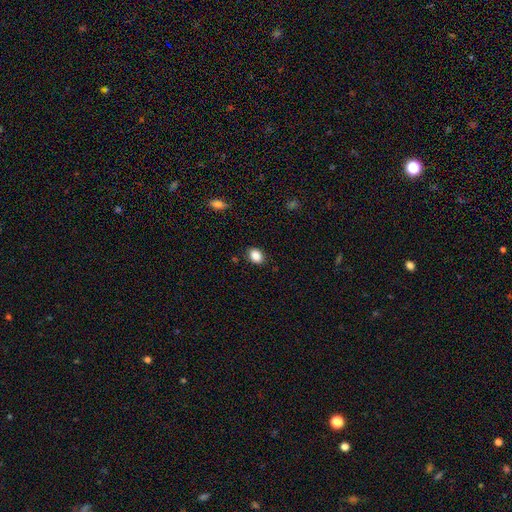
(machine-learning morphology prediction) Smooth or featured? smooth (87%)
How rounded? in between (64%)
Merging? none (87%)